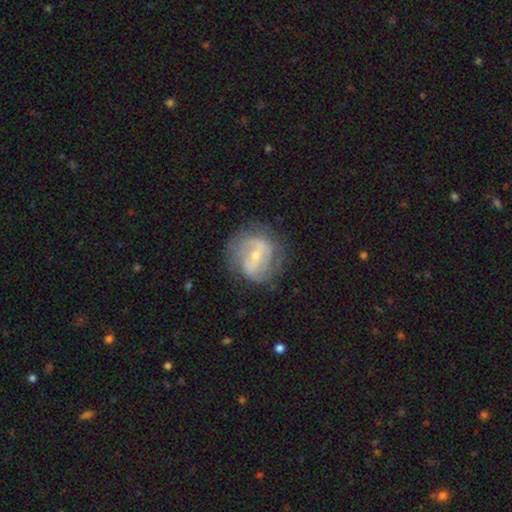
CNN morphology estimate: Smooth or featured?
  - featured or disk: 76% *
  - smooth: 18%
  - star or artifact: 6%
Edge-on disk?
  - no: 97% *
  - yes: 3%
Bar?
  - weak: 47% *
  - strong: 34%
  - no: 20%
Spiral arms?
  - yes: 84% *
  - no: 16%
Spiral winding?
  - medium: 41% *
  - tight: 39%
  - loose: 20%
Spiral arm count?
  - 2: 59% *
  - can't tell: 24%
  - 3: 8%
  - 1: 4%
  - 4: 3%
  - more than 4: 2%
Bulge size?
  - small: 55% *
  - moderate: 41%
  - large: 2%
  - none: 2%
  - dominant: 1%
Merging?
  - none: 70% *
  - minor disturbance: 19%
  - major disturbance: 10%
  - merger: 1%